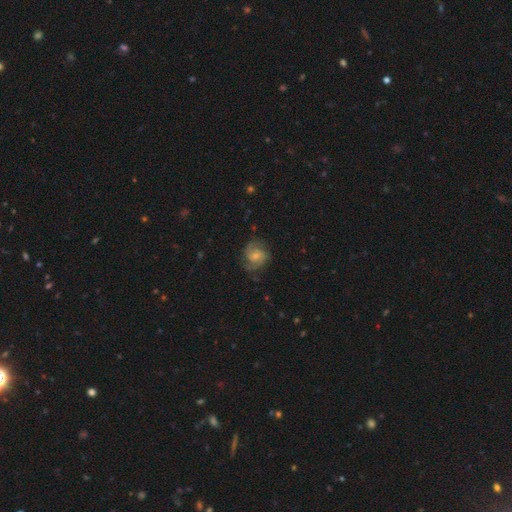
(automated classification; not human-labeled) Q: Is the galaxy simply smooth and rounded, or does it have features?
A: featured or disk — 77%.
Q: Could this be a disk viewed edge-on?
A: no — 98%.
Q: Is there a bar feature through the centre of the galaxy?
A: no — 59%.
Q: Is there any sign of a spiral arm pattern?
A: yes — 95%.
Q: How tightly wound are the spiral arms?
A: medium — 47%.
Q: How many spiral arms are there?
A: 2 — 66%.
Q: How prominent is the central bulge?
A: small — 57%.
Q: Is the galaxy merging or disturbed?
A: none — 70%.